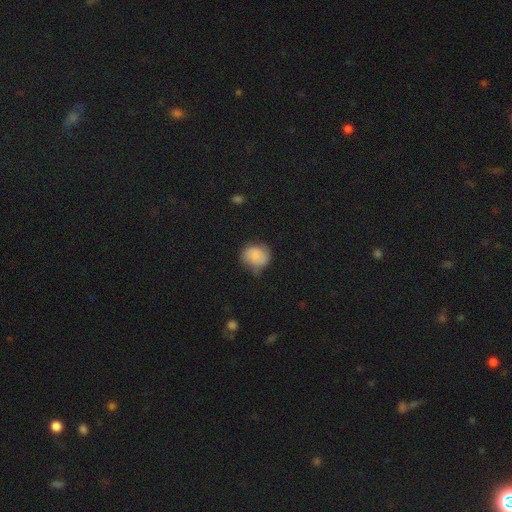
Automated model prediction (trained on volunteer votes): A smooth galaxy with no disk features (78%) that is round (69%).

Vote fractions:
- Smooth or featured? smooth: 78% / featured or disk: 13% / star or artifact: 8%
- How rounded? round: 69% / in between: 30% / cigar-shaped: 1%
- Merging? none: 57% / minor disturbance: 31% / major disturbance: 9% / merger: 3%